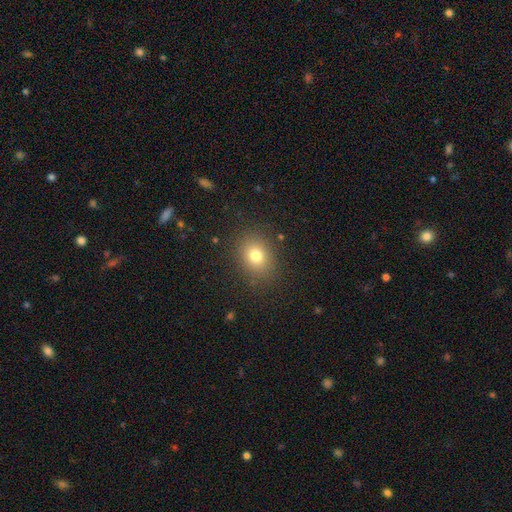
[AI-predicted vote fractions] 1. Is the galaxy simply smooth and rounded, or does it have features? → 76% smooth, 14% star or artifact, 10% featured or disk.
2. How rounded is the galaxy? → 52% round, 47% in between, 1% cigar-shaped.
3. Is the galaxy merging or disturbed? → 86% none, 9% minor disturbance, 4% major disturbance, 1% merger.